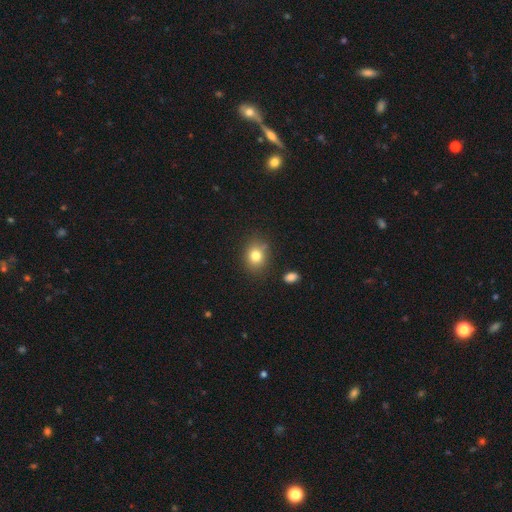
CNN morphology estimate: The model was most divided on "how rounded": round: 58%, in between: 41%, cigar-shaped: 1%. More confident: smooth or featured — smooth (79%); merging — none (78%).